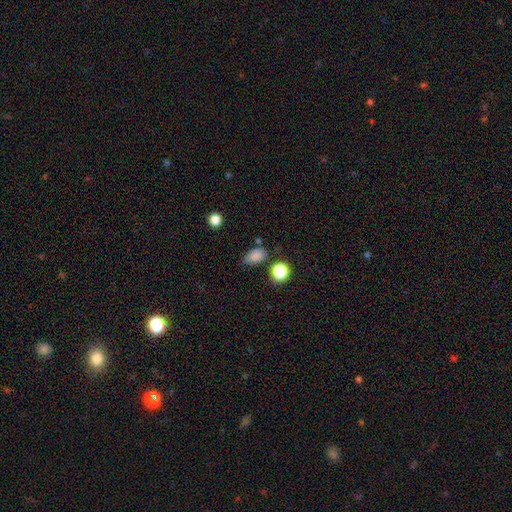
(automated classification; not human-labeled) Morphology: type=smooth (83%); roundness=in between (83%); merging=none (63%).